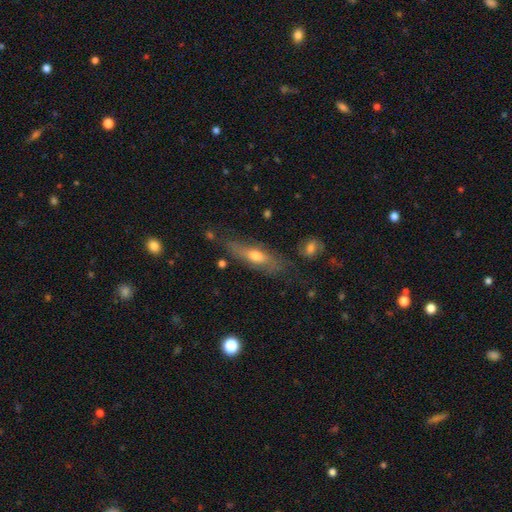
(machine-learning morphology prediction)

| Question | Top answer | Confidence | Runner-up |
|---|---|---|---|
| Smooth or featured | featured or disk | 48% | smooth (44%) |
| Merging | none | 67% | minor disturbance (22%) |